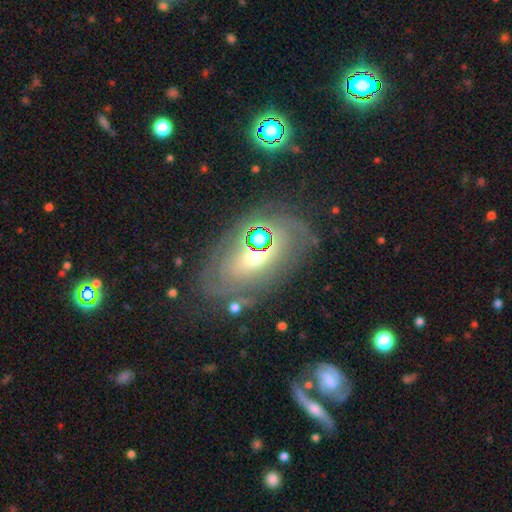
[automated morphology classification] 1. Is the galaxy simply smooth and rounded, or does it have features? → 50% featured or disk, 29% smooth, 21% star or artifact.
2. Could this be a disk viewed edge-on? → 88% no, 12% yes.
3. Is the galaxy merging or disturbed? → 64% none, 18% minor disturbance, 12% major disturbance, 6% merger.